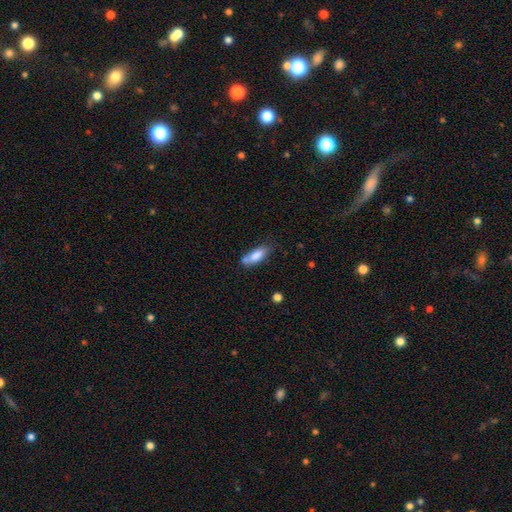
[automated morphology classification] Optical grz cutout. It shows a smooth galaxy with no disk features (79%) that is in between round and cigar-shaped (70%). Merging: none (52%).